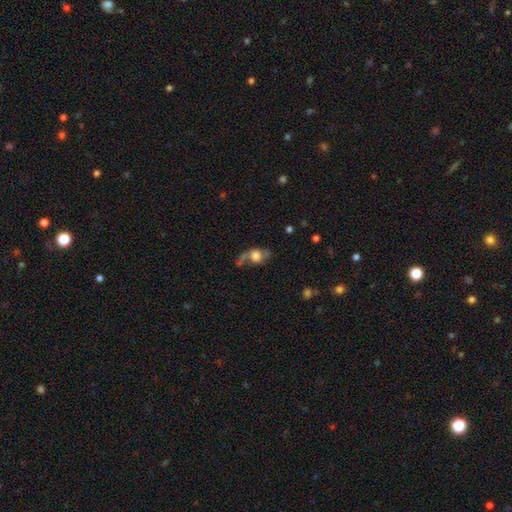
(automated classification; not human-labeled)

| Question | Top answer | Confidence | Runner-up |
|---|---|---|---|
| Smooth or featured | smooth | 53% | featured or disk (36%) |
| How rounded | in between | 56% | round (41%) |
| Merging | none | 36% | major disturbance (27%) |